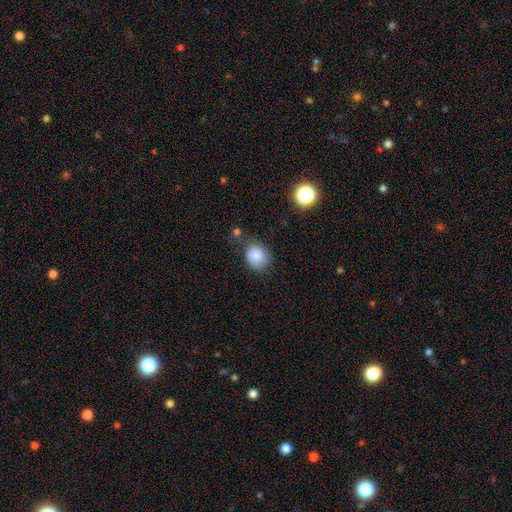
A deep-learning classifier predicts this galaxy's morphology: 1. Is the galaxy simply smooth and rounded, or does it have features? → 81% smooth, 10% featured or disk, 9% star or artifact.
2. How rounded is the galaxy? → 65% round, 34% in between, 1% cigar-shaped.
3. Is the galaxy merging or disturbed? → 59% none, 26% minor disturbance, 8% major disturbance, 6% merger.